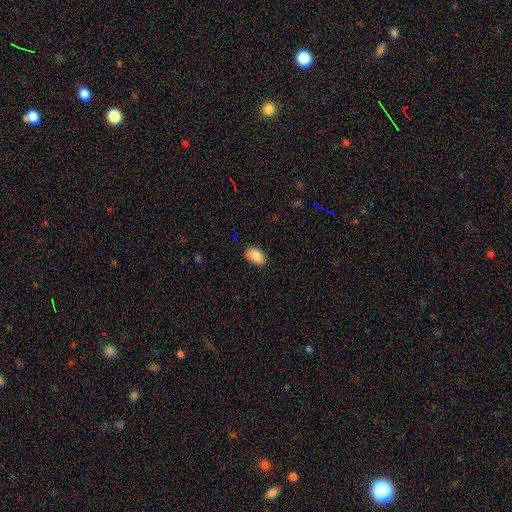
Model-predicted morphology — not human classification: This appears to be a smooth galaxy with no disk features (83%) that is in between round and cigar-shaped (89%). Merging: none (69%).